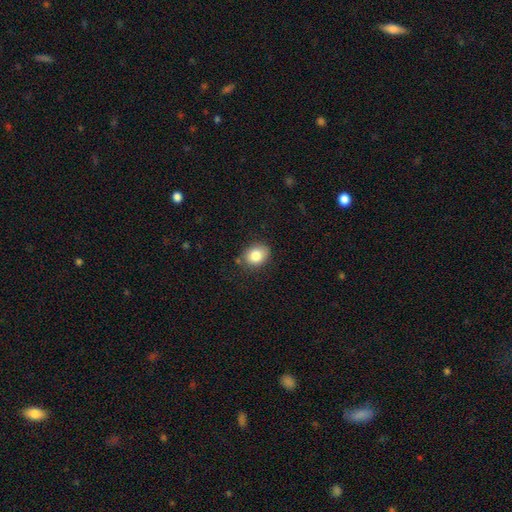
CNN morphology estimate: This is clearly a smooth galaxy (84%). How rounded: possibly in between (56%). Merging: likely none (80%).